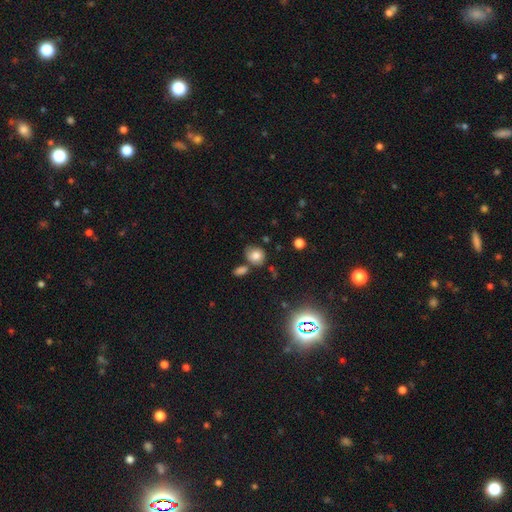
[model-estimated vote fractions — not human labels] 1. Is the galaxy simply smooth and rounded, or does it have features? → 77% smooth, 12% star or artifact, 11% featured or disk.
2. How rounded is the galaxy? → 64% round, 35% in between, 1% cigar-shaped.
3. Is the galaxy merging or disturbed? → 62% none, 19% minor disturbance, 14% merger, 5% major disturbance.